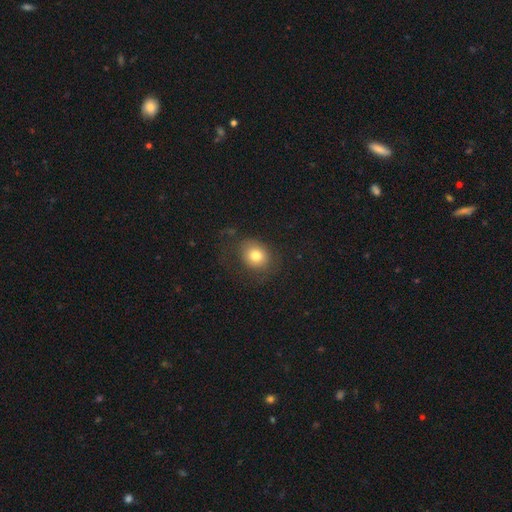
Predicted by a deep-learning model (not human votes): Morphology: type=smooth (77%); roundness=round (67%); merging=none (70%).